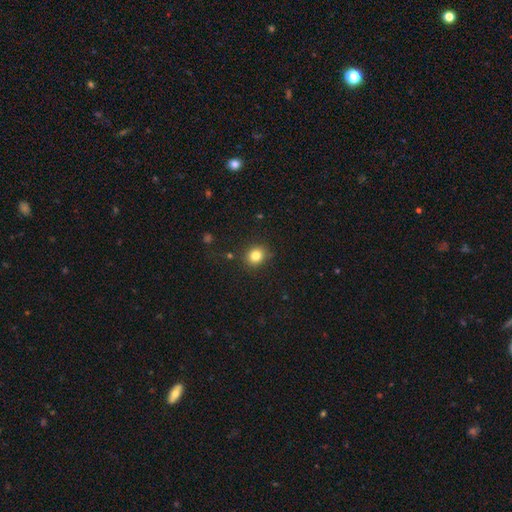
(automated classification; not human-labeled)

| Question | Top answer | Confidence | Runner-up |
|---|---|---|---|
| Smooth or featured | smooth | 82% | star or artifact (12%) |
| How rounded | round | 77% | in between (22%) |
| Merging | none | 86% | minor disturbance (9%) |